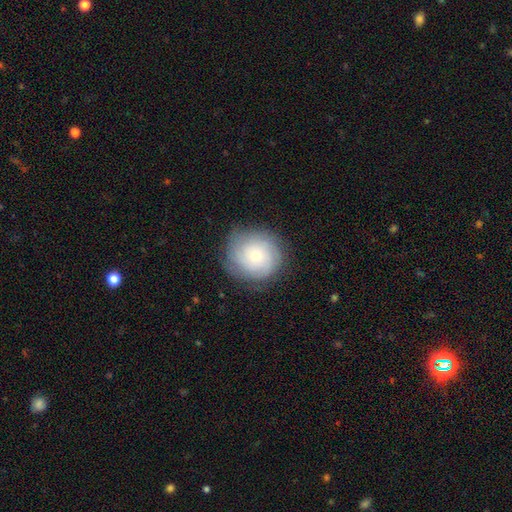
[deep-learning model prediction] This appears to be a featured or disk galaxy (55%) with no bar (85%), spiral arms (85%) and a small central bulge (54%). Merging: none (82%).